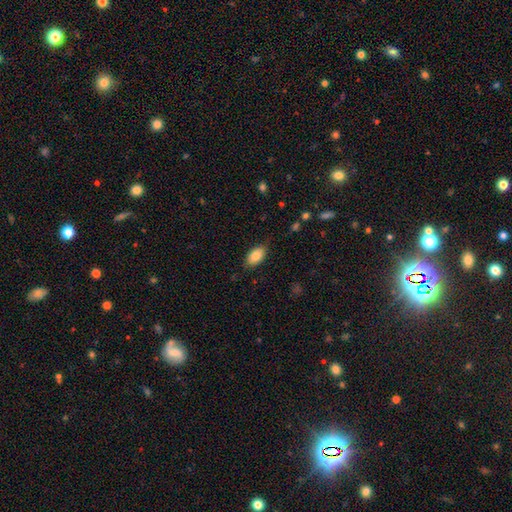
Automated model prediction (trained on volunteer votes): smooth-or-featured: smooth: 82% | featured or disk: 11% | star or artifact: 7%
  how-rounded: in between: 93% | round: 5% | cigar-shaped: 2%
  merging: none: 83% | minor disturbance: 13% | major disturbance: 3% | merger: 1%